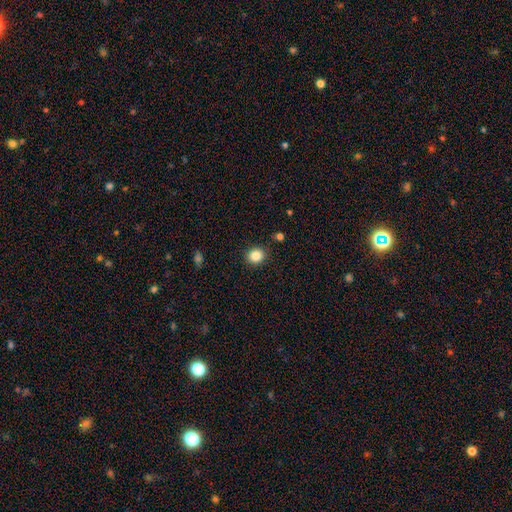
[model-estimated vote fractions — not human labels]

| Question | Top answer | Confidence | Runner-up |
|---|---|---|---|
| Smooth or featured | smooth | 85% | star or artifact (11%) |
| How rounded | round | 76% | in between (23%) |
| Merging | none | 89% | minor disturbance (7%) |